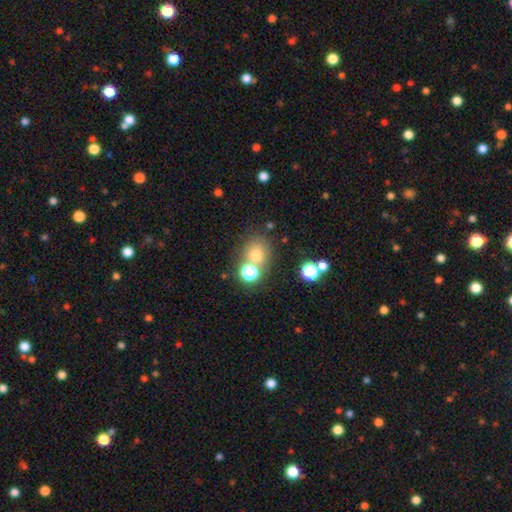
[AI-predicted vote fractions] This appears to be a smooth galaxy with no disk features (68%) that is round (75%). Merging: none (60%).